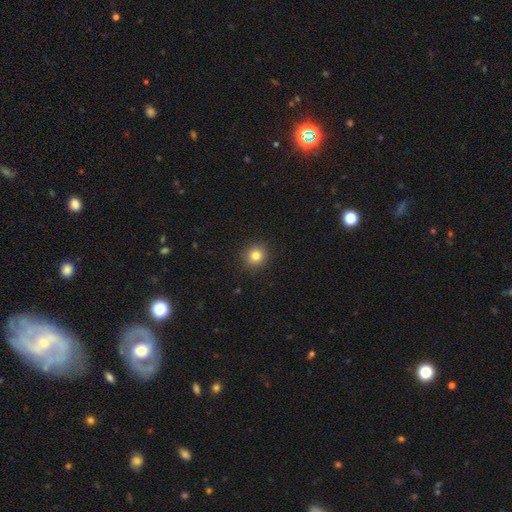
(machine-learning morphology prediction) This is clearly a smooth galaxy (81%). How rounded: clearly round (88%). Merging: clearly none (91%).